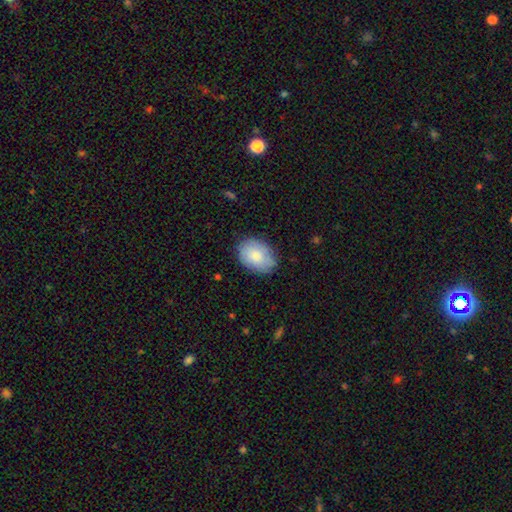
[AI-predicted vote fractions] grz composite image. It shows a smooth galaxy with no disk features (78%) that is in between round and cigar-shaped (77%). Merging: none (79%).